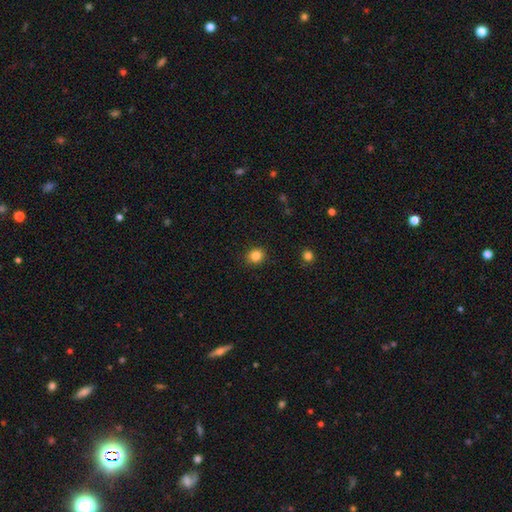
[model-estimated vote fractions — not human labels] A smooth galaxy with no disk features (84%) that is round (74%).

Vote fractions:
- Smooth or featured? smooth: 84% / star or artifact: 11% / featured or disk: 5%
- How rounded? round: 74% / in between: 25% / cigar-shaped: 1%
- Merging? none: 90% / minor disturbance: 7% / major disturbance: 2% / merger: 1%